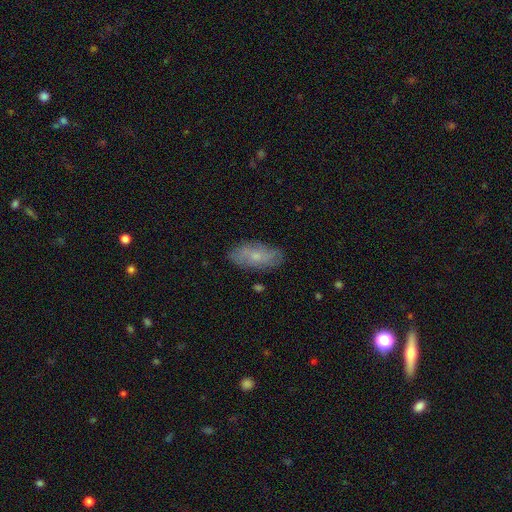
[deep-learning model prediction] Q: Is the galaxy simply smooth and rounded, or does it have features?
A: smooth — 57%.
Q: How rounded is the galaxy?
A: in between — 87%.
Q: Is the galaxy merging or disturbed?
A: none — 80%.